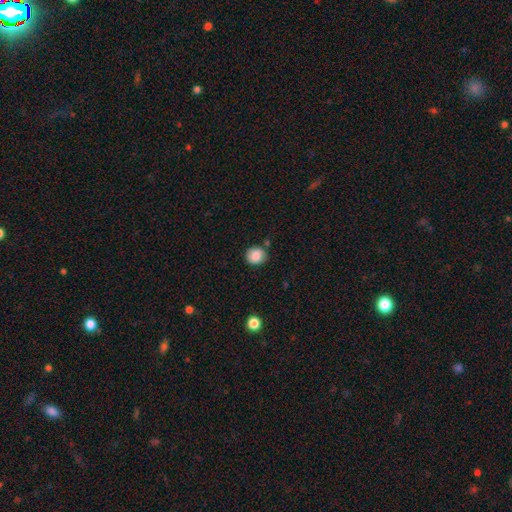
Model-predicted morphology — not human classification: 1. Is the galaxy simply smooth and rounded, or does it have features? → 87% smooth, 9% star or artifact, 5% featured or disk.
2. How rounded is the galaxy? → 80% round, 19% in between, 1% cigar-shaped.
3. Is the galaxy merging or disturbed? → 79% none, 14% minor disturbance, 5% merger, 3% major disturbance.